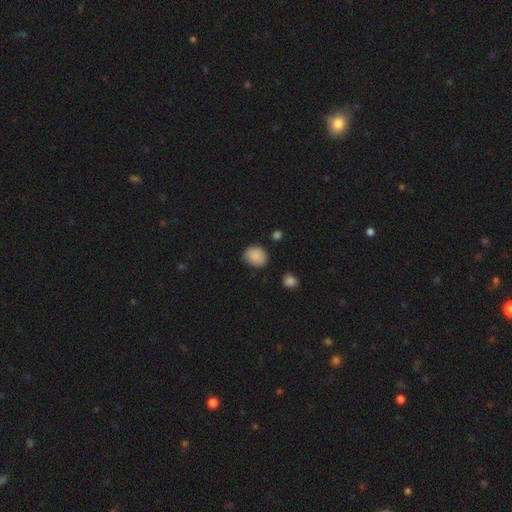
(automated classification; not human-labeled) Smooth or featured? Predicted: smooth (p=0.87). How rounded? Predicted: round (p=0.57). Merging? Predicted: none (p=0.74).